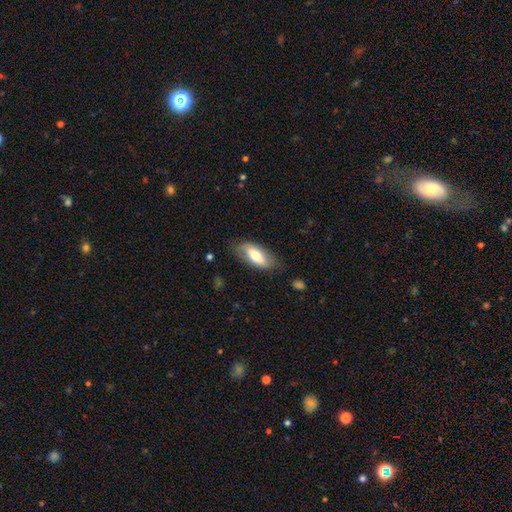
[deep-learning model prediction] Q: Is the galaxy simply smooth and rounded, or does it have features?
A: smooth — 64%.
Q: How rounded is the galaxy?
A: in between — 83%.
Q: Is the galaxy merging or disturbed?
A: none — 75%.